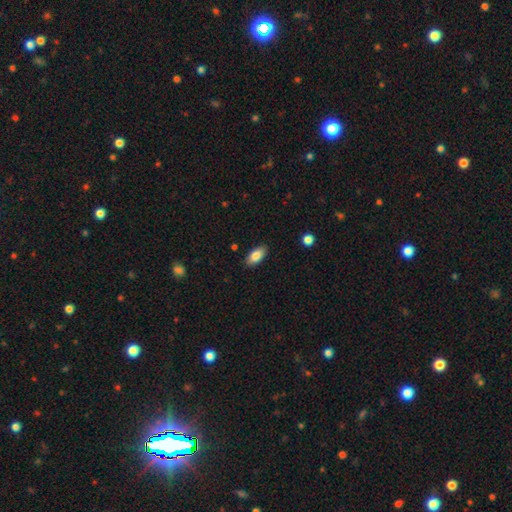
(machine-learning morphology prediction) Smooth or featured? Predicted: smooth (p=0.84). How rounded? Predicted: in between (p=0.92). Merging? Predicted: none (p=0.87).